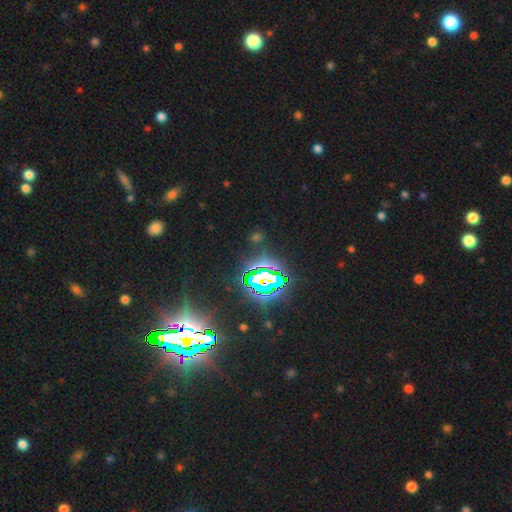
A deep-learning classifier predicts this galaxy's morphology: Smooth or featured?
  - star or artifact: 84% *
  - smooth: 9%
  - featured or disk: 7%